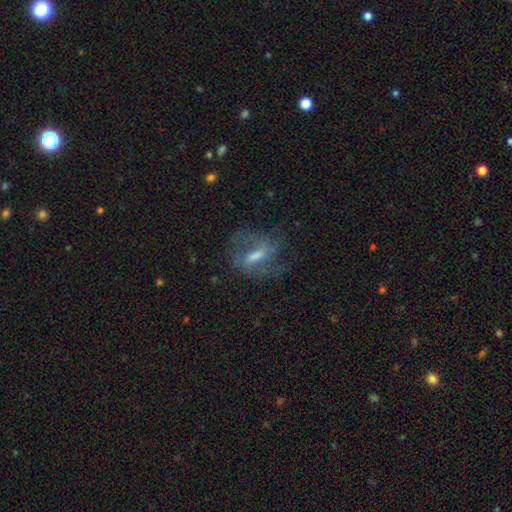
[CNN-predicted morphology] smooth_or_featured: featured or disk (p=0.62) [alt: smooth p=0.27]
disk_edge_on: no (p=0.89) [alt: yes p=0.11]
bar: weak (p=0.44) [alt: strong p=0.35]
has_spiral_arms: yes (p=0.70) [alt: no p=0.30]
bulge_size: moderate (p=0.46) [alt: small p=0.27]
merging: none (p=0.57) [alt: major disturbance p=0.21]